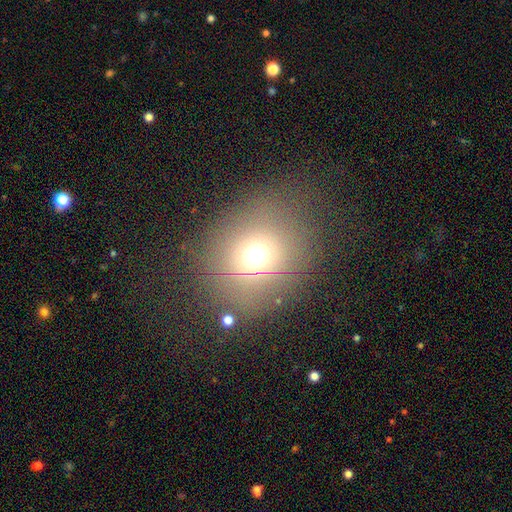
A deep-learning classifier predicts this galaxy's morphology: smooth 64%, star or artifact 25%, featured or disk 11%. Down the decision tree: how rounded — round (79%); merging — none (77%).